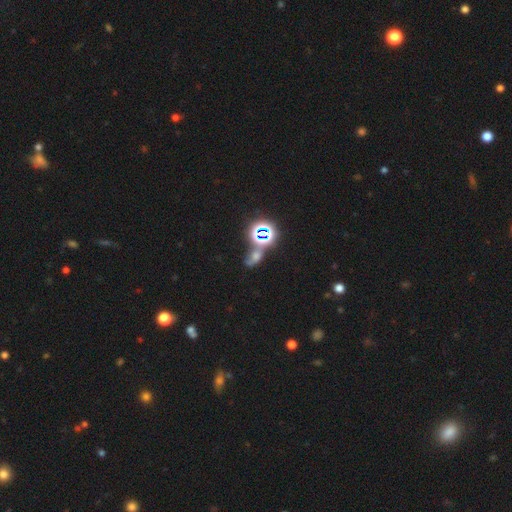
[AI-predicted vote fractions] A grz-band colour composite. It shows a star or artifact, not a galaxy (53%).